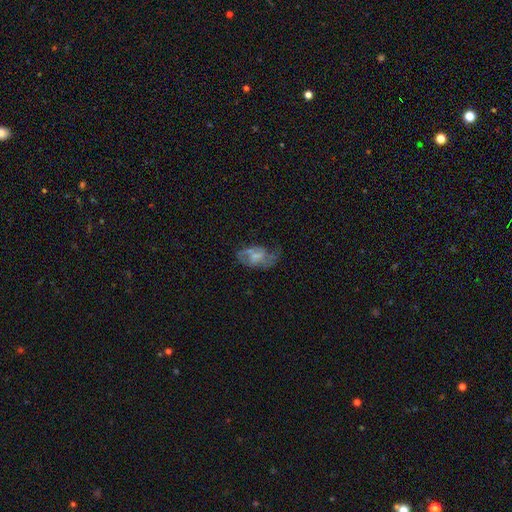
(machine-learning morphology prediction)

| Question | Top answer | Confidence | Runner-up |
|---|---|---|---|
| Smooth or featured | featured or disk | 60% | smooth (31%) |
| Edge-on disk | no | 96% | yes (4%) |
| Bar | no | 49% | weak (41%) |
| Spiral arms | yes | 74% | no (26%) |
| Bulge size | small | 41% | none (26%) |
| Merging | none | 44% | major disturbance (27%) |